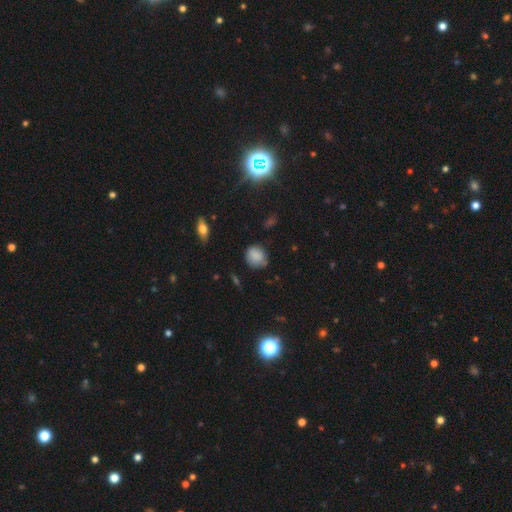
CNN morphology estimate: Smooth or featured? smooth (83%)
How rounded? round (79%)
Merging? none (69%)